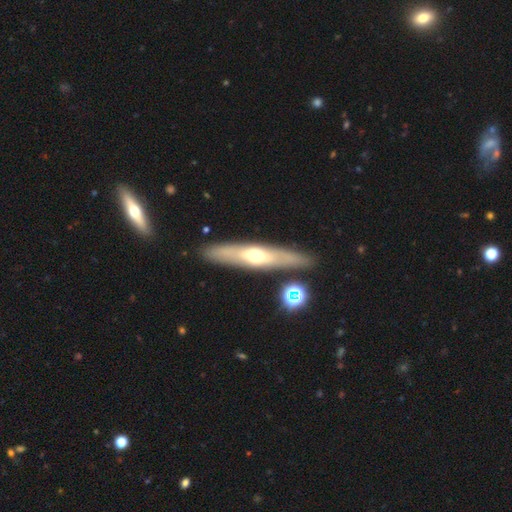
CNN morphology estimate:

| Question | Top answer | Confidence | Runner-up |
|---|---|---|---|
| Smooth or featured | featured or disk | 57% | smooth (36%) |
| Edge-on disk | yes | 82% | no (18%) |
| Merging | none | 87% | minor disturbance (8%) |